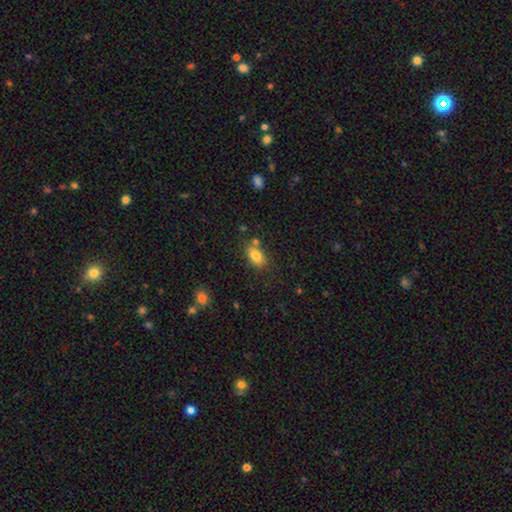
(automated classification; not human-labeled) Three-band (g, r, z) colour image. It shows a smooth galaxy with no disk features (83%) that is in between round and cigar-shaped (88%). Merging: none (72%).